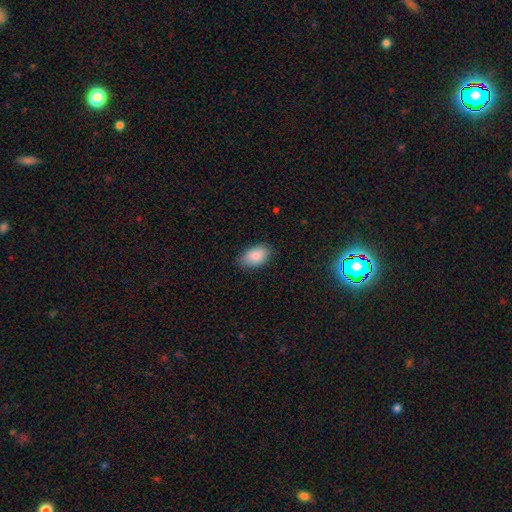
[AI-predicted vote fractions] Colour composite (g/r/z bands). It shows a smooth galaxy with no disk features (87%) that is in between round and cigar-shaped (92%). Merging: none (81%).